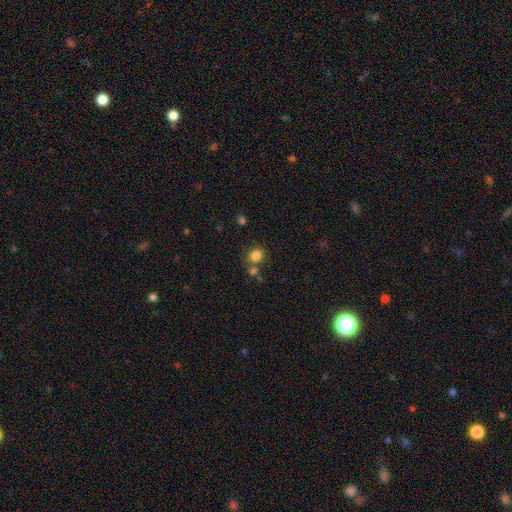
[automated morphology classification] smooth-or-featured: smooth: 83% | star or artifact: 12% | featured or disk: 5%
  how-rounded: round: 71% | in between: 28% | cigar-shaped: 1%
  merging: none: 68% | merger: 17% | minor disturbance: 11% | major disturbance: 4%